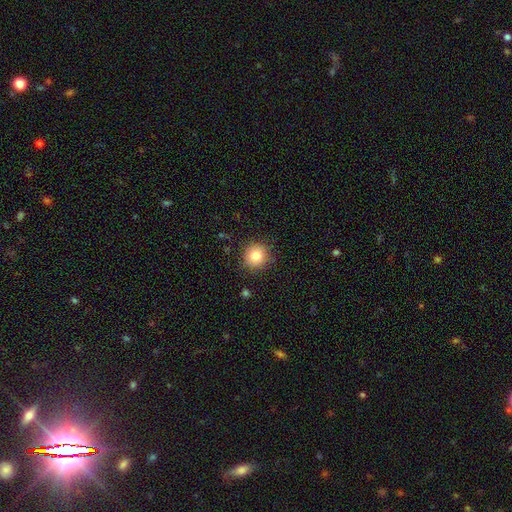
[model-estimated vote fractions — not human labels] A smooth galaxy with no disk features (81%) that is round (91%). Merging: none (86%).